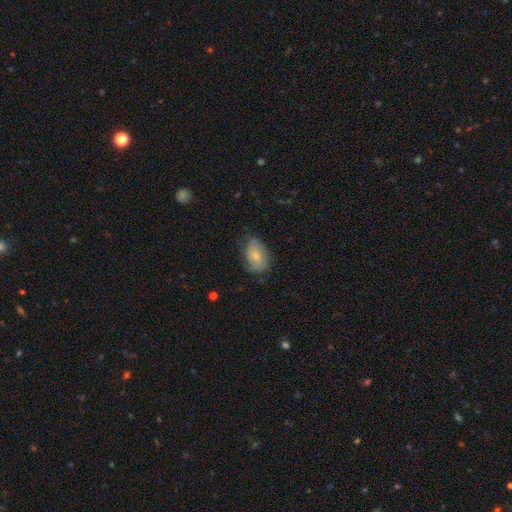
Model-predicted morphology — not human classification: Smooth or featured? Predicted: smooth (p=0.67). How rounded? Predicted: in between (p=0.81). Merging? Predicted: none (p=0.60).